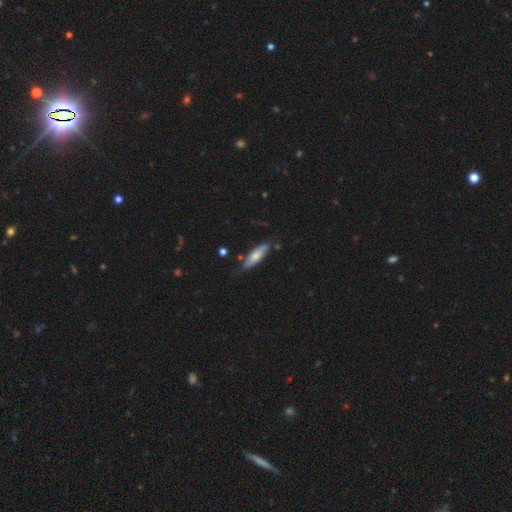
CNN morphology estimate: A smooth galaxy with no disk features (65%) that is cigar-shaped (58%).

Vote fractions:
- Smooth or featured? smooth: 65% / featured or disk: 29% / star or artifact: 6%
- How rounded? cigar-shaped: 58% / in between: 40% / round: 2%
- Merging? none: 73% / minor disturbance: 20% / major disturbance: 4% / merger: 3%